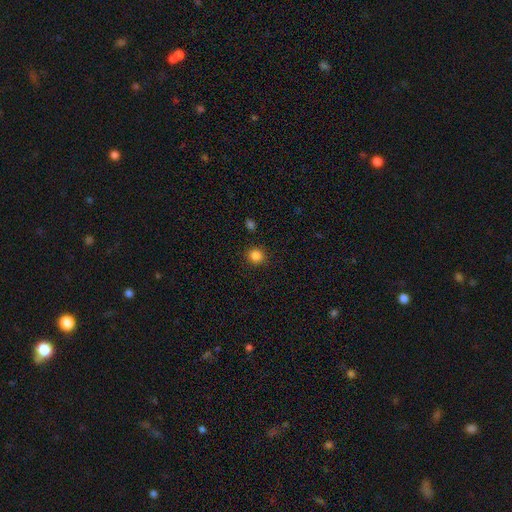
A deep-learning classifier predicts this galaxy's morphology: Overall: smooth (85%). How rounded: round (87%). Merging: none (90%).